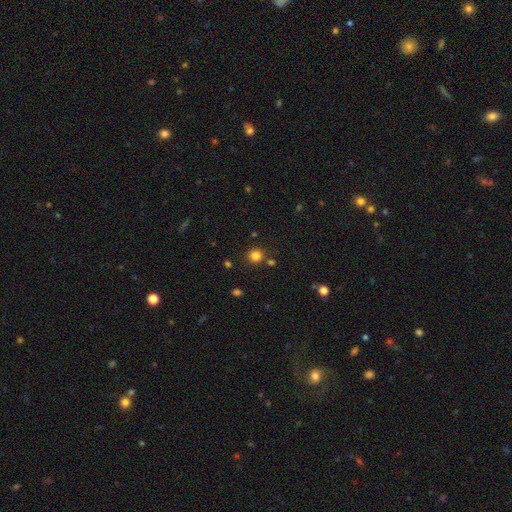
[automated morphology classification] Smooth or featured? Predicted: smooth (p=0.81). How rounded? Predicted: round (p=0.93). Merging? Predicted: none (p=0.83).